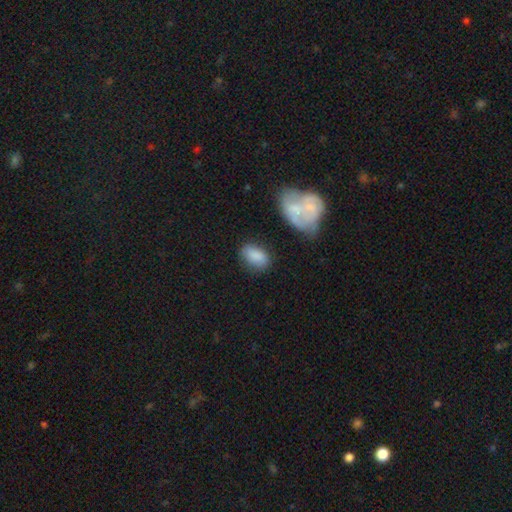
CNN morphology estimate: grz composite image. It shows a smooth galaxy with no disk features (85%) that is in between round and cigar-shaped (91%). Merging: none (71%).